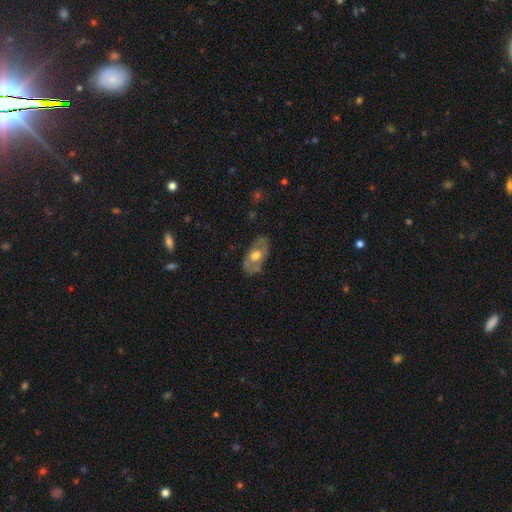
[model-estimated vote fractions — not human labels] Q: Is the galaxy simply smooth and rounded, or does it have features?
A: featured or disk — 52%.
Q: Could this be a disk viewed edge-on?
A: no — 87%.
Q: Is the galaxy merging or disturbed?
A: none — 72%.